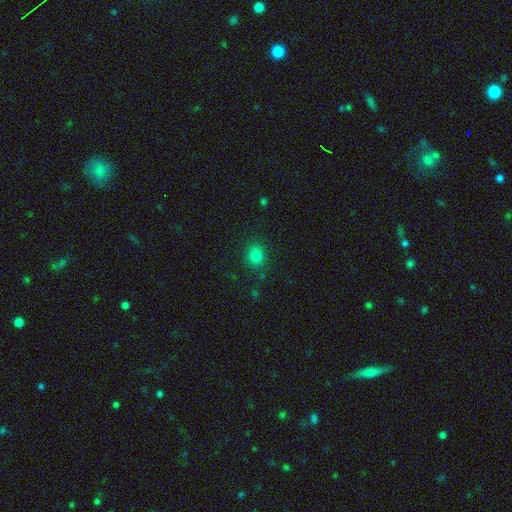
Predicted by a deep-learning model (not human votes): Overall: smooth (81%). How rounded: round (68%; in between 31%). Merging: none (86%).